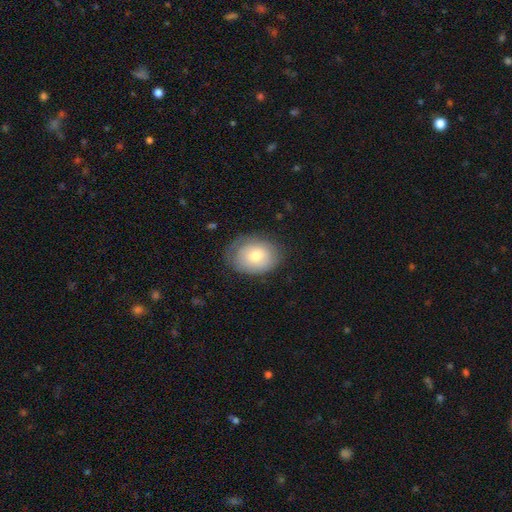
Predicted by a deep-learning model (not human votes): A smooth galaxy with no disk features (66%) that is in between round and cigar-shaped (50%). Merging: none (71%).